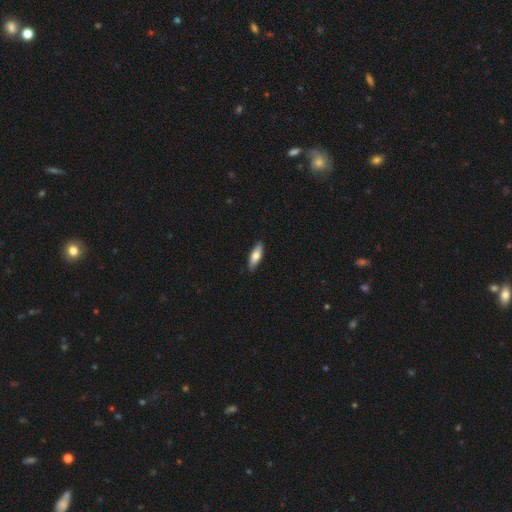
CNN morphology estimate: This appears to be a smooth galaxy with no disk features (73%) that is in between round and cigar-shaped (59%). Merging: none (88%).